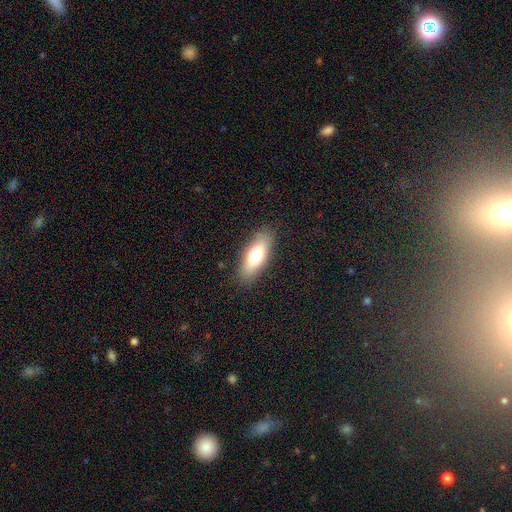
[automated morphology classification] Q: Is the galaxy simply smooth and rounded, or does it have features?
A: smooth — 69%.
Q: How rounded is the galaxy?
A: in between — 64%.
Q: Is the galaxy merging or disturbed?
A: none — 87%.